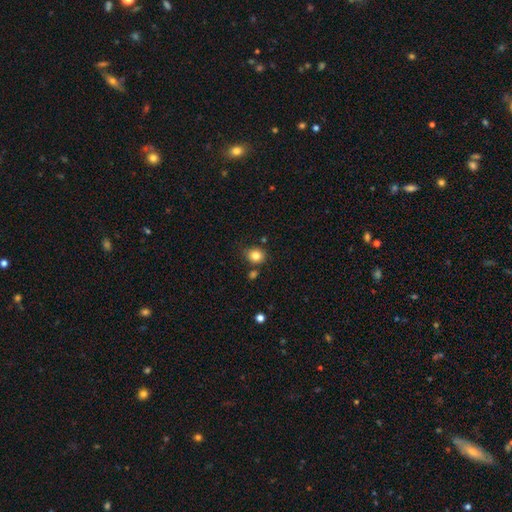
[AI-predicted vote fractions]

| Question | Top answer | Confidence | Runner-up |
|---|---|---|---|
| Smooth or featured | smooth | 82% | star or artifact (11%) |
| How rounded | round | 71% | in between (28%) |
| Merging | none | 78% | minor disturbance (12%) |